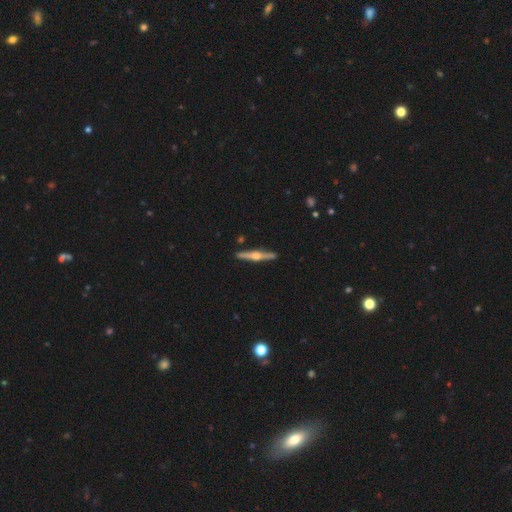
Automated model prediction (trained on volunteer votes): Smooth or featured? Predicted: featured or disk (p=0.77). Edge-on disk? Predicted: yes (p=0.98). Edge-on bulge? Predicted: rounded (p=0.94). Merging? Predicted: none (p=0.91).